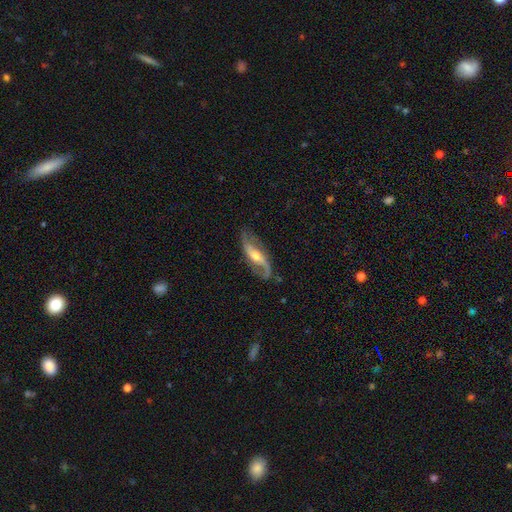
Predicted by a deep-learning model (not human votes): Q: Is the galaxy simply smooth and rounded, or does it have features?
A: featured or disk — 84%.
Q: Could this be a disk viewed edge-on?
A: no — 90%.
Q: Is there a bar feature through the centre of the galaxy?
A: weak — 36%.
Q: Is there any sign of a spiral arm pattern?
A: yes — 94%.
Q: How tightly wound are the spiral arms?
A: loose — 60%.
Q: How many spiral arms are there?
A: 2 — 87%.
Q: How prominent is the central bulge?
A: moderate — 59%.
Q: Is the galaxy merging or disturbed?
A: none — 73%.